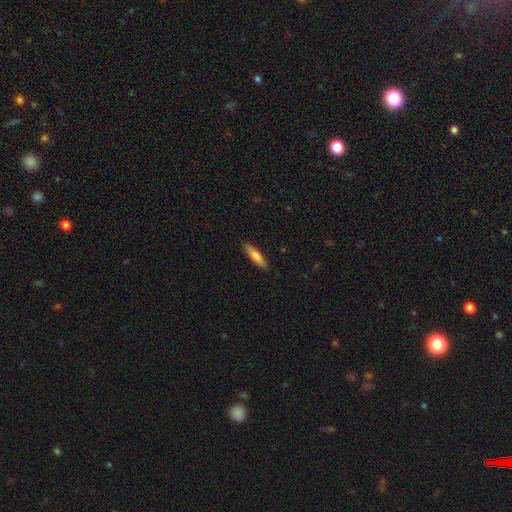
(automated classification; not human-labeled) A smooth galaxy with no disk features (73%) that is cigar-shaped (73%).

Vote fractions:
- Smooth or featured? smooth: 73% / featured or disk: 21% / star or artifact: 6%
- How rounded? cigar-shaped: 73% / in between: 25% / round: 2%
- Merging? none: 89% / minor disturbance: 9% / major disturbance: 2% / merger: 1%